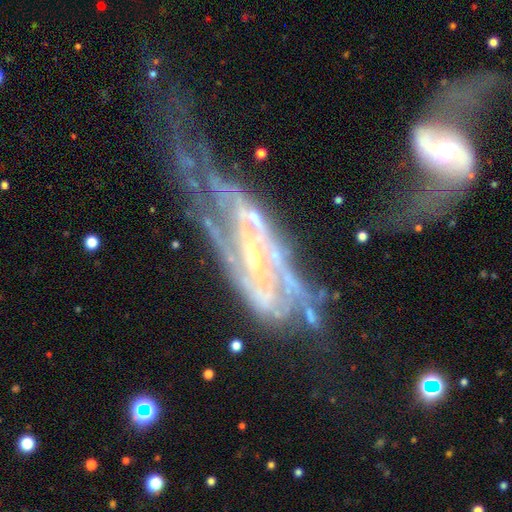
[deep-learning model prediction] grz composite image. It shows a featured or disk galaxy (87%) with no bar (35%), 2 (41%) tight (44%) spiral arms (90%) and a small central bulge (63%). Merging: major disturbance (34%).